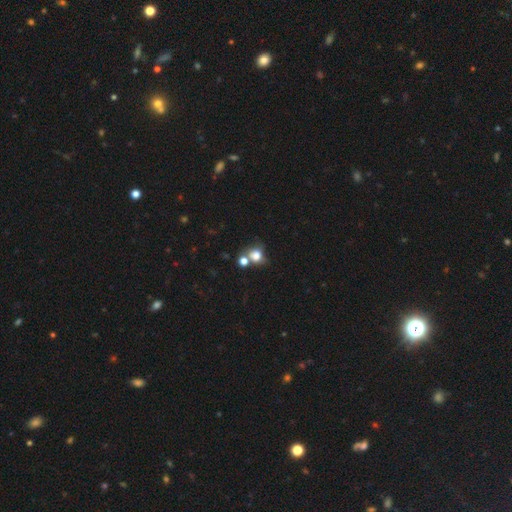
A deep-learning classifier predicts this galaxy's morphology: A smooth galaxy with no disk features (75%) that is round (71%). Merging: none (43%).